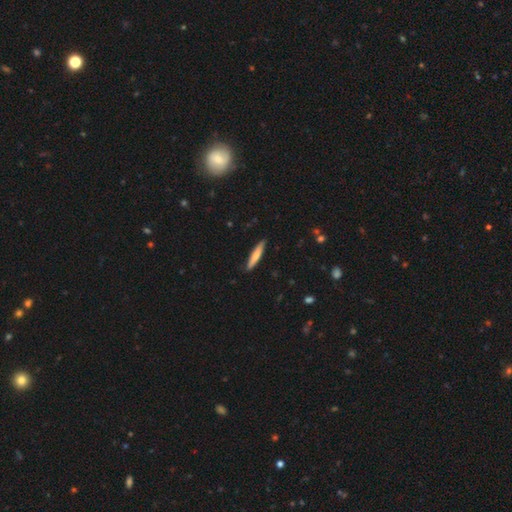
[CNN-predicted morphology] Smooth or featured? smooth (63%)
How rounded? cigar-shaped (91%)
Merging? none (89%)